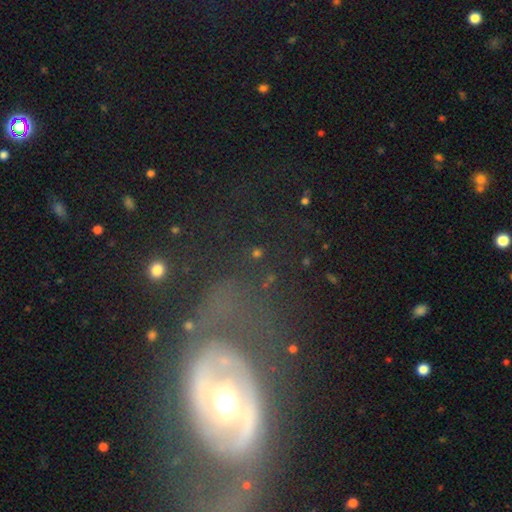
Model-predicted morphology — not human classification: The model was most divided on "smooth or featured": featured or disk: 38%, star or artifact: 32%, smooth: 30%. More confident: merging — none (52%).